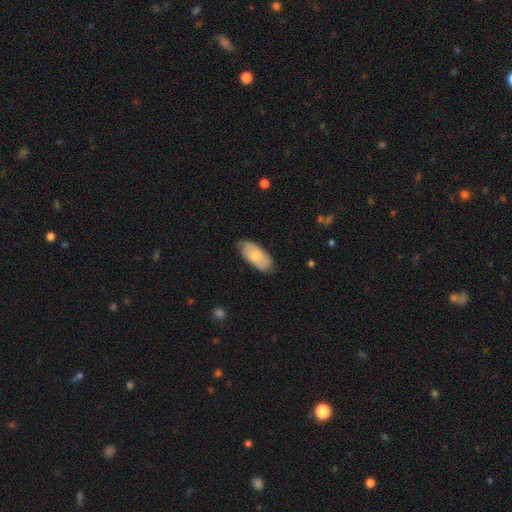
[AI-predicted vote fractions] smooth_or_featured: smooth (p=0.71) [alt: featured or disk p=0.23]
how_rounded: in between (p=0.93) [alt: cigar-shaped p=0.04]
merging: none (p=0.78) [alt: minor disturbance p=0.18]